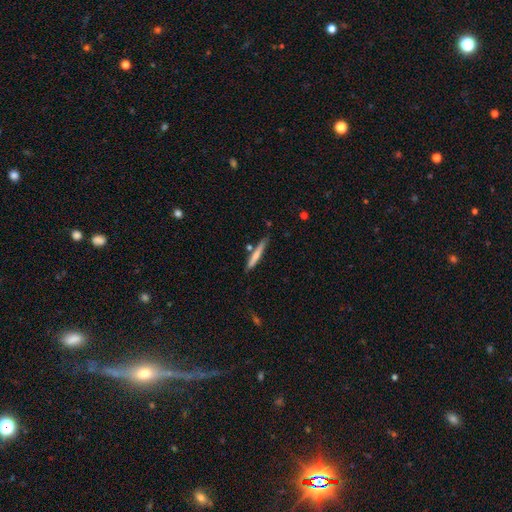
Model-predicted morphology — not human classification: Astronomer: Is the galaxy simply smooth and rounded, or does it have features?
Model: smooth — 68%.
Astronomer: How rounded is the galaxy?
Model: cigar-shaped — 94%.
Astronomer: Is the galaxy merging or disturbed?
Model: none — 77%.